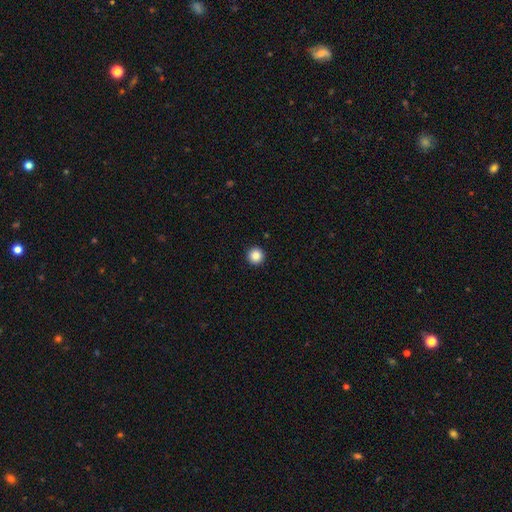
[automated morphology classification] A smooth galaxy with no disk features (86%) that is round (96%).

Vote fractions:
- Smooth or featured? smooth: 86% / star or artifact: 10% / featured or disk: 3%
- How rounded? round: 96% / in between: 3% / cigar-shaped: 1%
- Merging? none: 94% / minor disturbance: 4% / major disturbance: 1% / merger: 1%